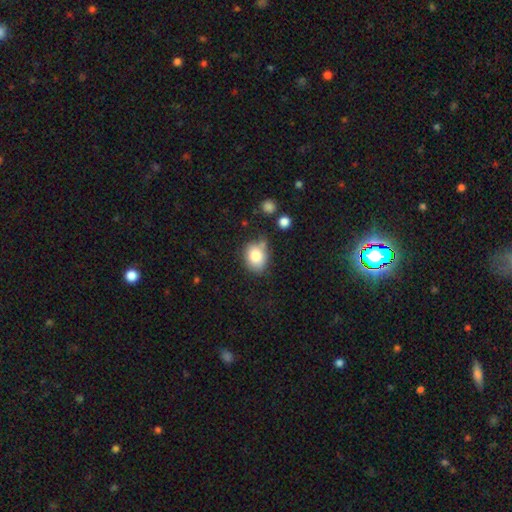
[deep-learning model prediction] A smooth galaxy with no disk features (82%) that is in between round and cigar-shaped (55%). Merging: none (62%).